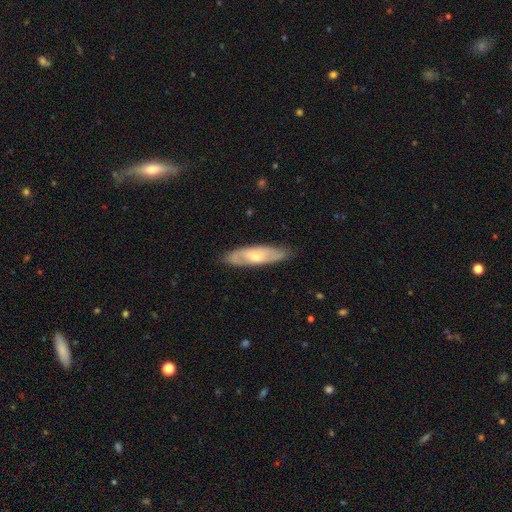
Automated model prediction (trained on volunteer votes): This appears to be a smooth galaxy with no disk features (48%). Merging: none (83%).